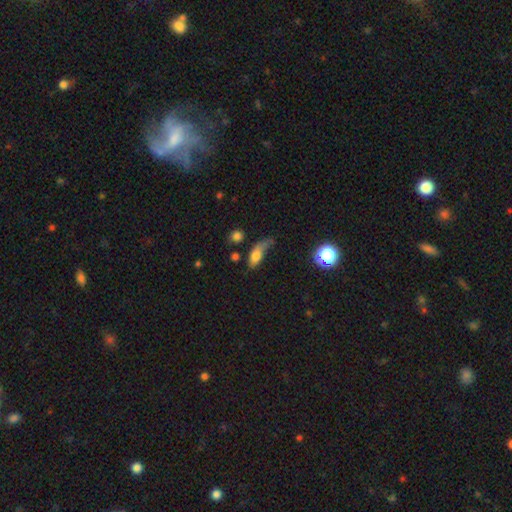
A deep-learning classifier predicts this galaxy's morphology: Smooth or featured: smooth — 66% (featured or disk — 23%)
How rounded: in between — 76% (cigar-shaped — 16%)
Merging: major disturbance — 40% (minor disturbance — 26%)